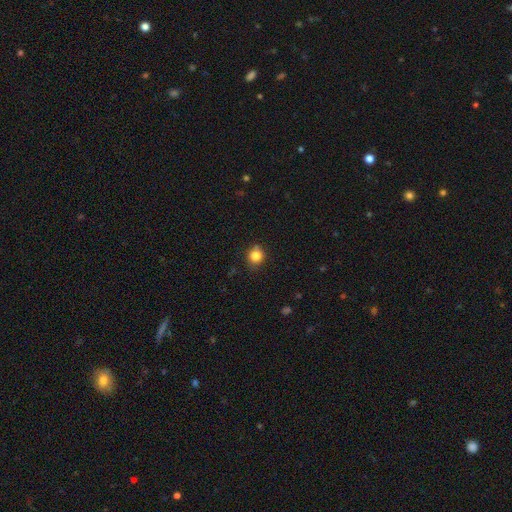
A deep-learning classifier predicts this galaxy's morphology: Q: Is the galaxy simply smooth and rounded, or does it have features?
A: smooth — 83%.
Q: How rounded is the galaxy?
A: round — 85%.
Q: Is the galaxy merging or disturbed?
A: none — 80%.